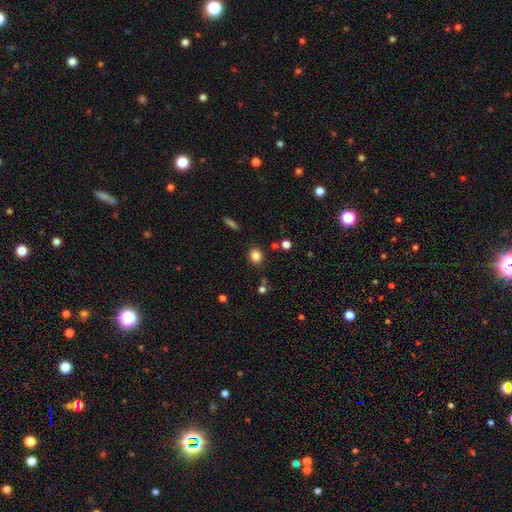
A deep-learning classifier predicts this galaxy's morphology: The model was most divided on "how rounded": round: 58%, in between: 41%, cigar-shaped: 1%. More confident: smooth or featured — smooth (84%); merging — none (82%).